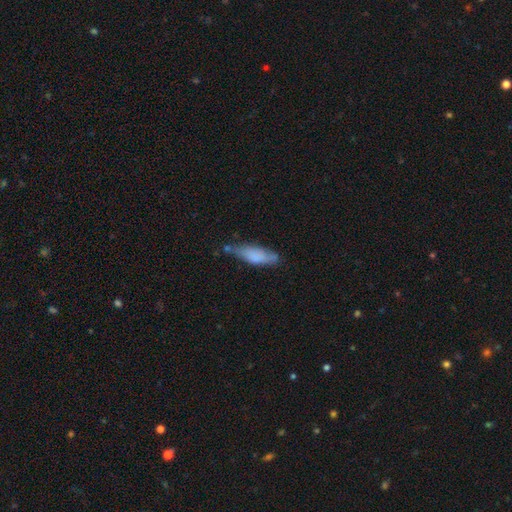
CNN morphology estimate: smooth 71%, featured or disk 21%, star or artifact 7%. Down the decision tree: how rounded — cigar-shaped (53%); merging — none (53%).